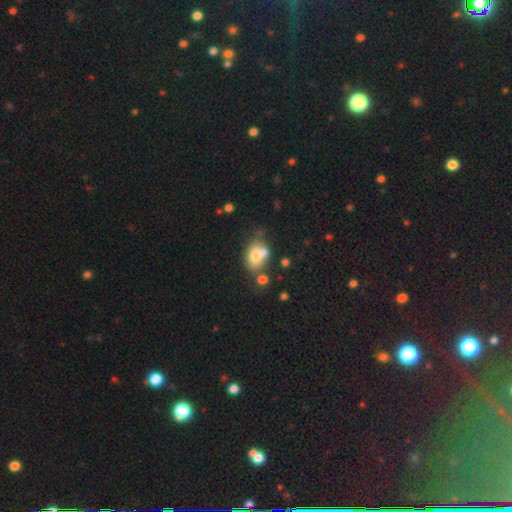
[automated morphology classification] Q: Smooth or featured?
A: smooth (68%); runner-up: featured or disk (22%)
Q: How rounded?
A: in between (67%); runner-up: round (32%)
Q: Merging?
A: none (41%); runner-up: merger (38%)